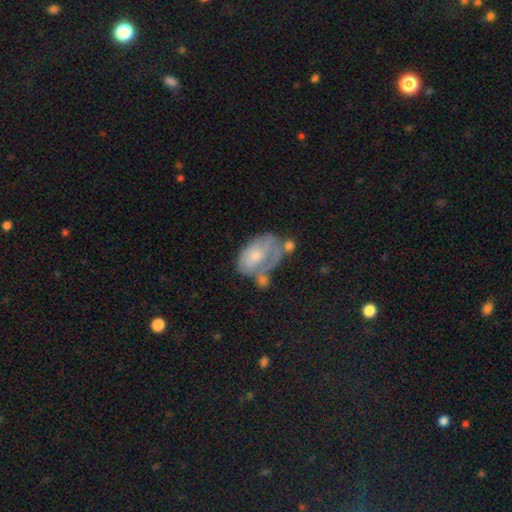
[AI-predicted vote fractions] A featured or disk galaxy (50%). Merging: none (27%).